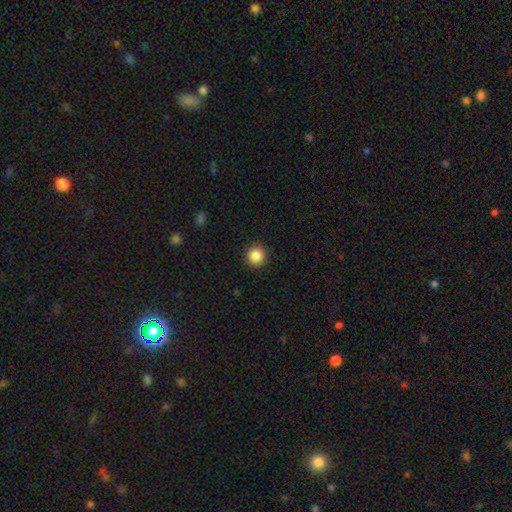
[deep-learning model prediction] Smooth or featured?
  - smooth: 87% *
  - star or artifact: 10%
  - featured or disk: 3%
How rounded?
  - round: 94% *
  - in between: 5%
  - cigar-shaped: 1%
Merging?
  - none: 92% *
  - minor disturbance: 5%
  - major disturbance: 2%
  - merger: 1%